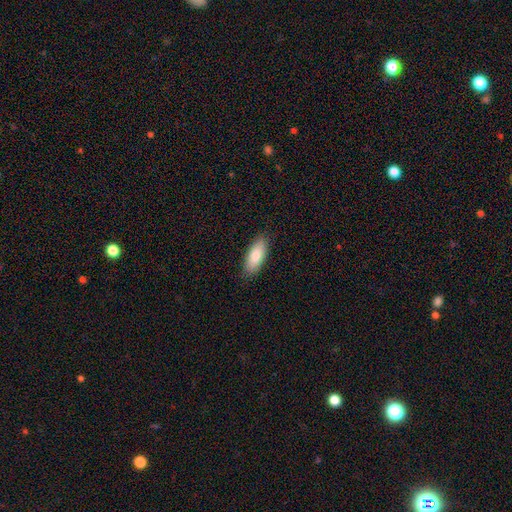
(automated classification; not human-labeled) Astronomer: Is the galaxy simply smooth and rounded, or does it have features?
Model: smooth — 82%.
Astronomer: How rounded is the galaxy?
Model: in between — 74%.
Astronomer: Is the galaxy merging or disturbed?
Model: none — 87%.